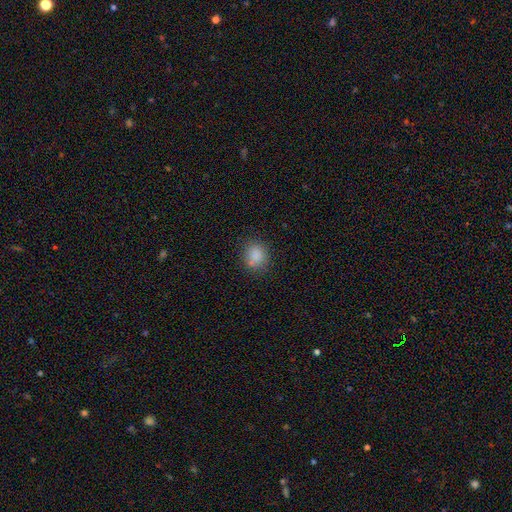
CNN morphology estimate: smooth-or-featured: smooth: 83% | star or artifact: 11% | featured or disk: 6%
  how-rounded: round: 67% | in between: 32% | cigar-shaped: 1%
  merging: none: 71% | minor disturbance: 16% | merger: 8% | major disturbance: 5%